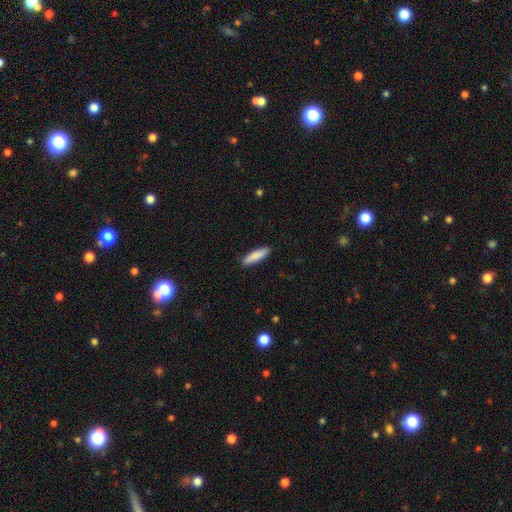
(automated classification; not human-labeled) A smooth galaxy with no disk features (85%) that is cigar-shaped (70%).

Vote fractions:
- Smooth or featured? smooth: 85% / featured or disk: 9% / star or artifact: 5%
- How rounded? cigar-shaped: 70% / in between: 28% / round: 1%
- Merging? none: 89% / minor disturbance: 8% / major disturbance: 2% / merger: 1%